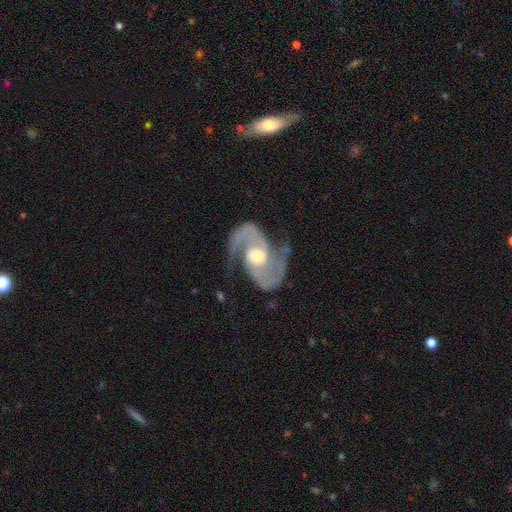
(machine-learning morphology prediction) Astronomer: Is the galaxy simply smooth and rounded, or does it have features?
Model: featured or disk — 93%.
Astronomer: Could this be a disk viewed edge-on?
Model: no — 98%.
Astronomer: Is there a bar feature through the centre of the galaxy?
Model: no — 51% (runner-up: weak, 36%).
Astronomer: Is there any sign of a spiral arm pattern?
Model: yes — 98%.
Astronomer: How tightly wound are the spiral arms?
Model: medium — 58%.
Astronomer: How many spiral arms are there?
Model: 2 — 94%.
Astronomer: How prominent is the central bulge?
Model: moderate — 68%.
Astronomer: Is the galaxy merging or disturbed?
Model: none — 72%.